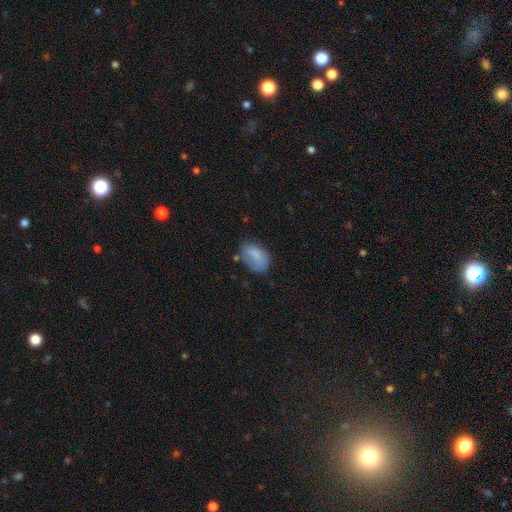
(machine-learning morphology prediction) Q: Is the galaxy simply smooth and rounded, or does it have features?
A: smooth — 78%.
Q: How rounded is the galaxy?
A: in between — 88%.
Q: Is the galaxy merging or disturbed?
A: none — 52%.